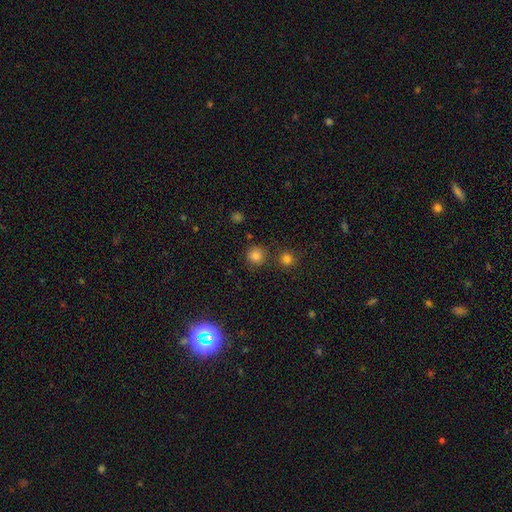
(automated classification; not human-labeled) Overall: smooth (80%). How rounded: round (93%). Merging: none (81%).